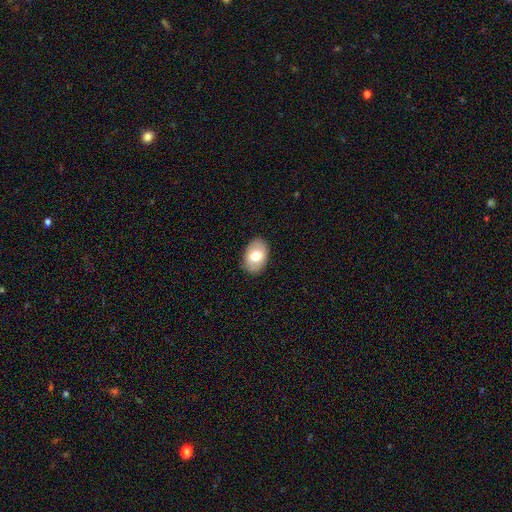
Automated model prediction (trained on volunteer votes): The model was most divided on "smooth or featured": smooth: 71%, featured or disk: 22%, star or artifact: 7%. More confident: merging — none (88%); how rounded — in between (82%).